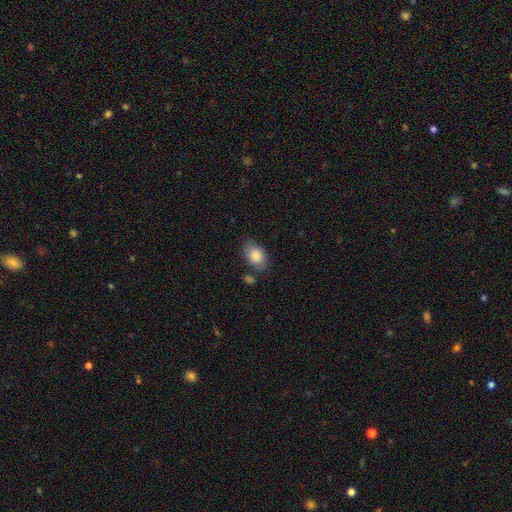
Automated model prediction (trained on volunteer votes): smooth-or-featured: smooth: 87% | star or artifact: 7% | featured or disk: 7%
  how-rounded: in between: 88% | round: 11% | cigar-shaped: 1%
  merging: none: 72% | minor disturbance: 17% | merger: 7% | major disturbance: 5%